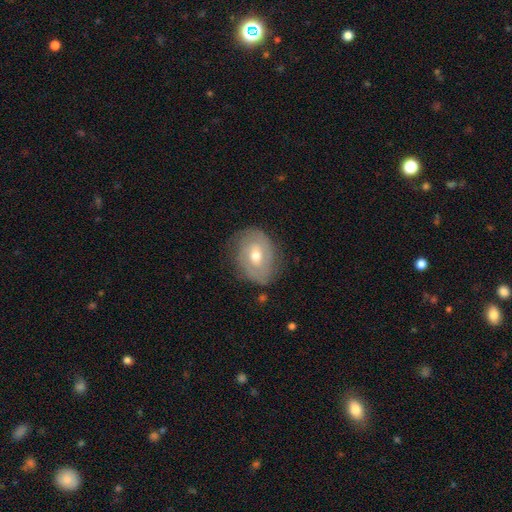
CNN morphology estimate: Q: Smooth or featured?
A: featured or disk (62%); runner-up: smooth (30%)
Q: Edge-on disk?
A: no (95%); runner-up: yes (5%)
Q: Bar?
A: no (56%); runner-up: weak (34%)
Q: Spiral arms?
A: yes (70%); runner-up: no (30%)
Q: Bulge size?
A: moderate (72%); runner-up: small (24%)
Q: Merging?
A: none (74%); runner-up: minor disturbance (19%)